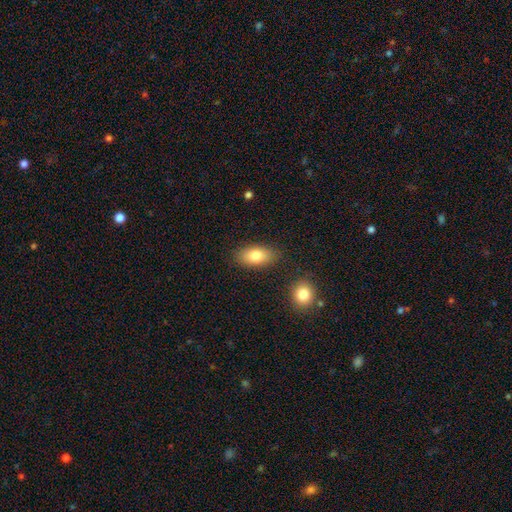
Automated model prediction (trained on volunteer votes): Smooth or featured? Predicted: smooth (p=0.80). How rounded? Predicted: in between (p=0.90). Merging? Predicted: none (p=0.83).